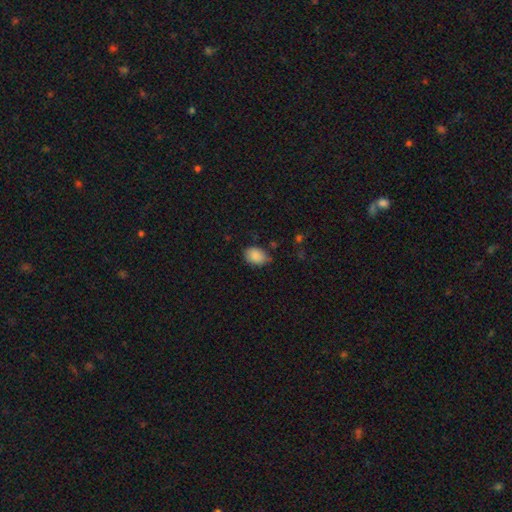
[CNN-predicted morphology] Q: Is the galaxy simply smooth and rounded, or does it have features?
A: smooth — 87%.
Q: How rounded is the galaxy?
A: in between — 79%.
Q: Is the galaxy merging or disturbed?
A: none — 68%.